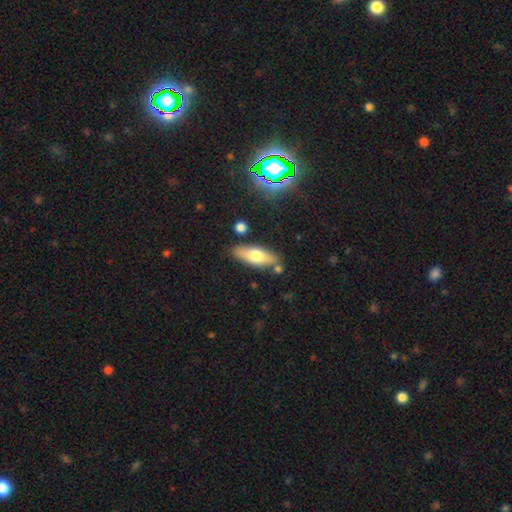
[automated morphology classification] smooth_or_featured: smooth (p=0.62) [alt: featured or disk p=0.31]
how_rounded: in between (p=0.64) [alt: cigar-shaped p=0.34]
merging: none (p=0.80) [alt: minor disturbance p=0.12]